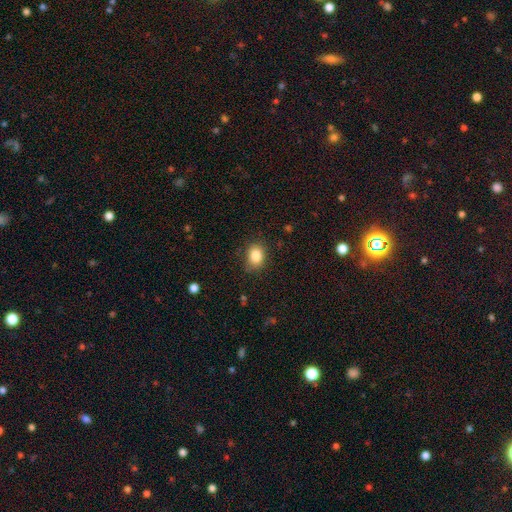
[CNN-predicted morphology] This appears to be a smooth galaxy with no disk features (85%) that is in between round and cigar-shaped (64%). Merging: none (80%).